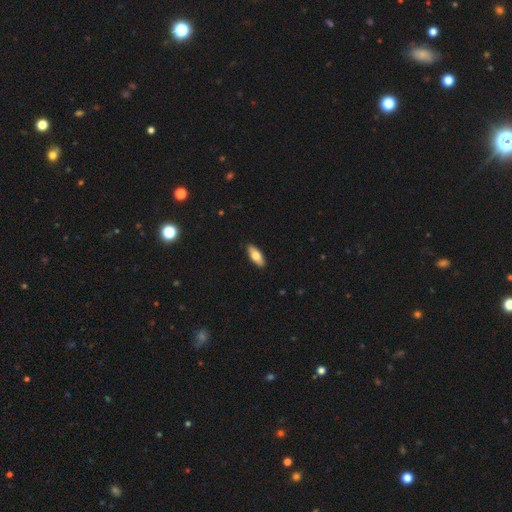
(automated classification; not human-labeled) Q: Smooth or featured?
A: smooth (73%); runner-up: featured or disk (22%)
Q: How rounded?
A: in between (77%); runner-up: cigar-shaped (21%)
Q: Merging?
A: none (90%); runner-up: minor disturbance (7%)